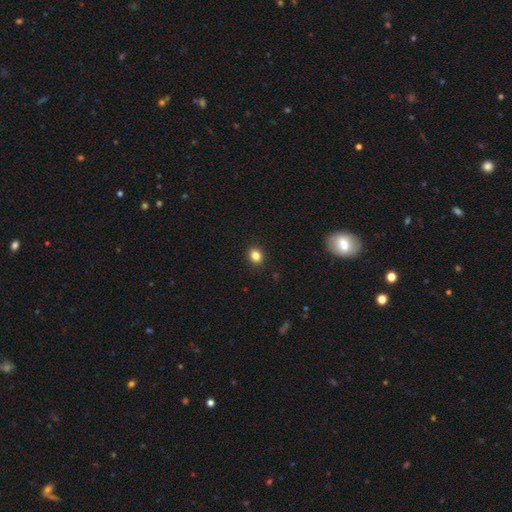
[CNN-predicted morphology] Smooth or featured?
  - smooth: 83% *
  - star or artifact: 12%
  - featured or disk: 5%
How rounded?
  - round: 67% *
  - in between: 32%
  - cigar-shaped: 1%
Merging?
  - none: 91% *
  - minor disturbance: 6%
  - major disturbance: 2%
  - merger: 1%